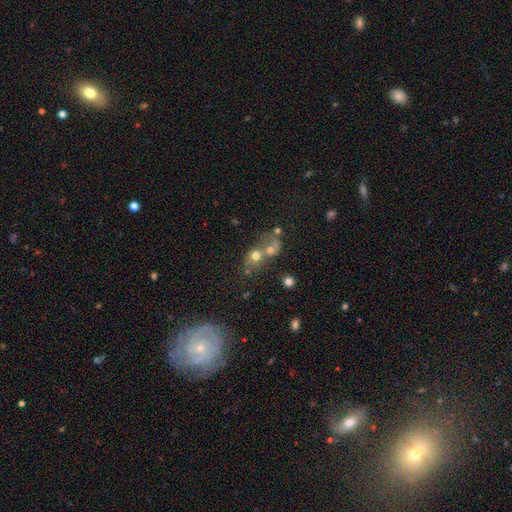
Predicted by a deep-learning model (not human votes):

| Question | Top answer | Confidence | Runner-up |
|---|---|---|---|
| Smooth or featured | smooth | 64% | featured or disk (20%) |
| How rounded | round | 68% | in between (30%) |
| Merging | merger | 66% | none (22%) |